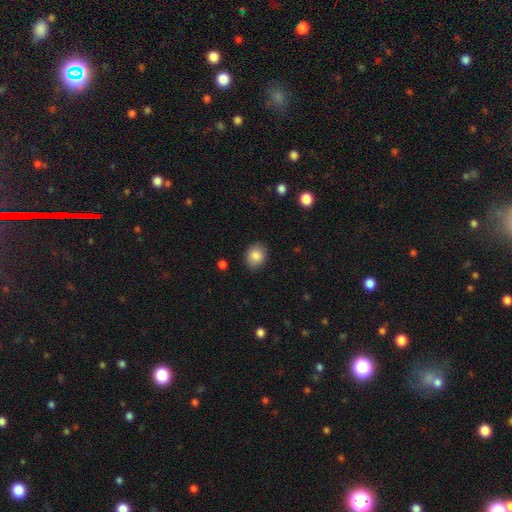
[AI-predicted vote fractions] smooth-or-featured: smooth: 86% | star or artifact: 8% | featured or disk: 6%
  how-rounded: round: 58% | in between: 41% | cigar-shaped: 1%
  merging: none: 88% | minor disturbance: 9% | major disturbance: 2% | merger: 1%